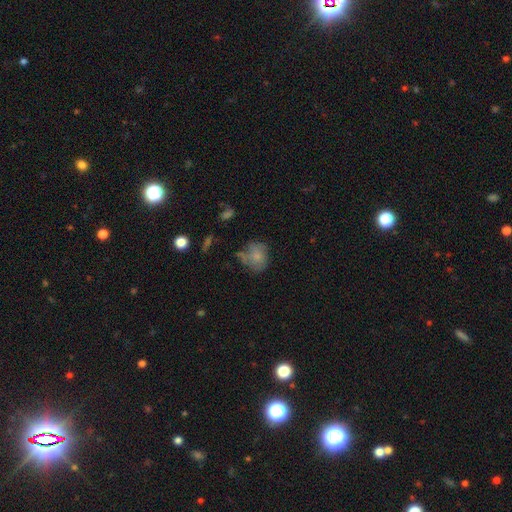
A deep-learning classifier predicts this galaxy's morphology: Smooth or featured: smooth — 68% (featured or disk — 21%)
How rounded: round — 68% (in between — 31%)
Merging: none — 47% (minor disturbance — 28%)